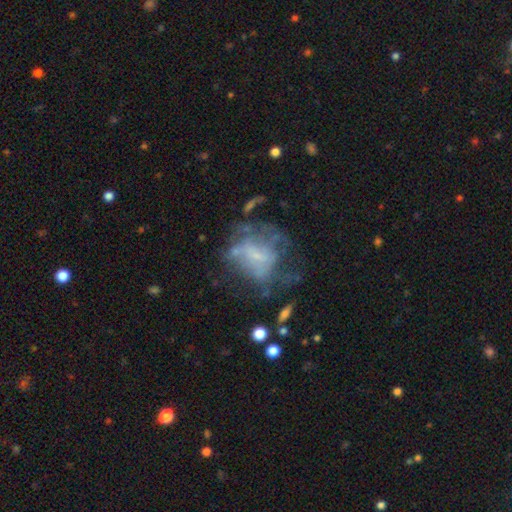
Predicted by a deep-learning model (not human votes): Overall: featured or disk (55%; smooth 30%). Edge-on disk: no (97%). Bar: no (67%). Spiral arms: no (72%). Bulge size: small (50%; none 32%). Merging: none (37%; major disturbance 35%).